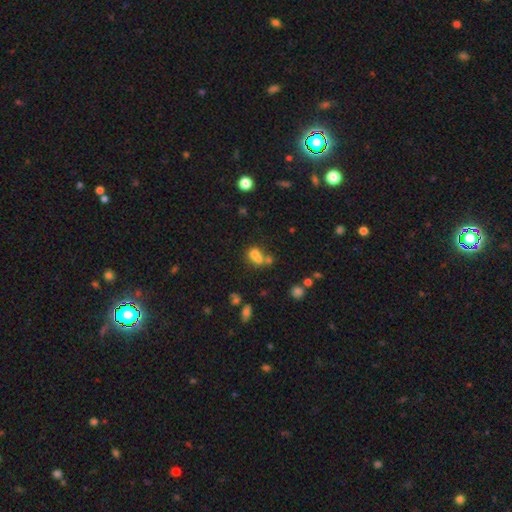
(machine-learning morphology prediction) The model was most divided on "how rounded": in between: 51%, round: 47%, cigar-shaped: 3%. More confident: smooth or featured — smooth (67%); merging — merger (57%).